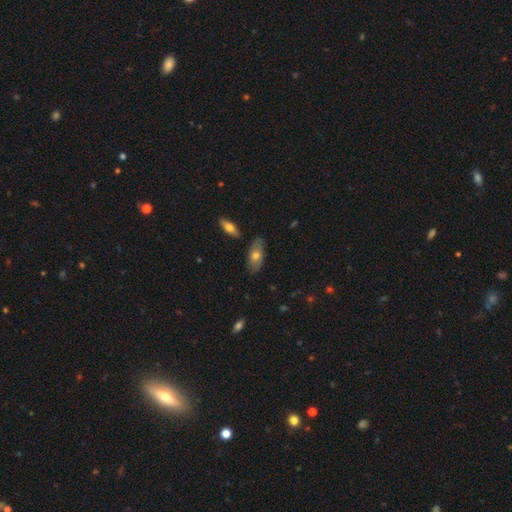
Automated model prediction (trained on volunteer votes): Smooth or featured? Predicted: smooth (p=0.61). How rounded? Predicted: in between (p=0.88). Merging? Predicted: none (p=0.78).